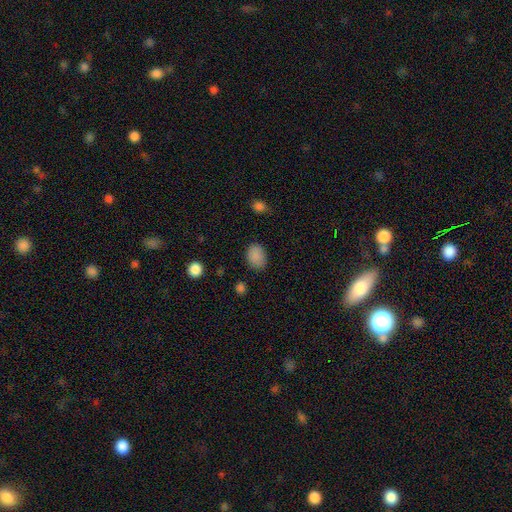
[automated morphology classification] This appears to be a smooth galaxy with no disk features (87%) that is in between round and cigar-shaped (70%). Merging: none (81%).